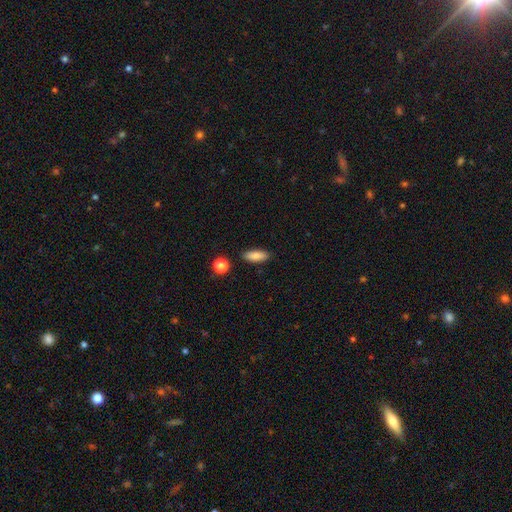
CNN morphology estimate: A smooth galaxy with no disk features (85%) that is in between round and cigar-shaped (72%).

Vote fractions:
- Smooth or featured? smooth: 85% / featured or disk: 8% / star or artifact: 7%
- How rounded? in between: 72% / cigar-shaped: 25% / round: 3%
- Merging? none: 88% / minor disturbance: 8% / merger: 2% / major disturbance: 2%